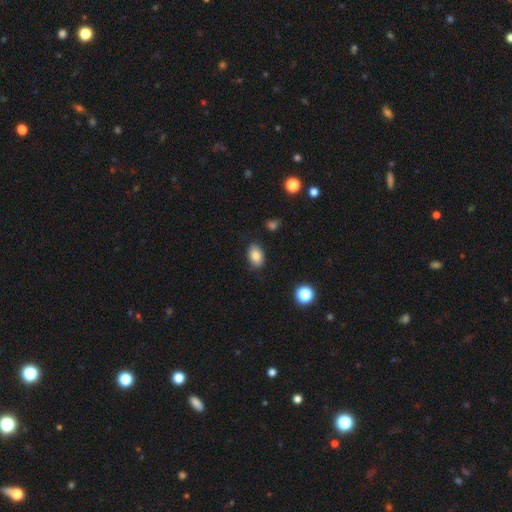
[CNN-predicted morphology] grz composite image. It shows a smooth galaxy with no disk features (84%) that is in between round and cigar-shaped (86%). Merging: none (84%).